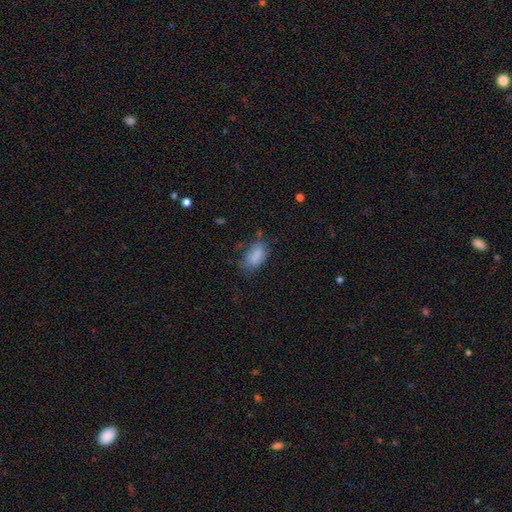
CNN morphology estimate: smooth_or_featured: smooth (p=0.80) [alt: featured or disk p=0.11]
how_rounded: in between (p=0.91) [alt: round p=0.06]
merging: none (p=0.53) [alt: minor disturbance p=0.30]